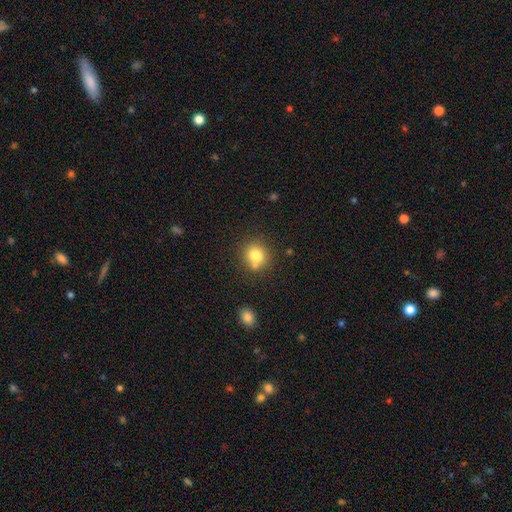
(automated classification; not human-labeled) A smooth galaxy with no disk features (79%) that is round (86%).

Vote fractions:
- Smooth or featured? smooth: 79% / star or artifact: 12% / featured or disk: 10%
- How rounded? round: 86% / in between: 13% / cigar-shaped: 1%
- Merging? none: 69% / merger: 16% / minor disturbance: 12% / major disturbance: 3%